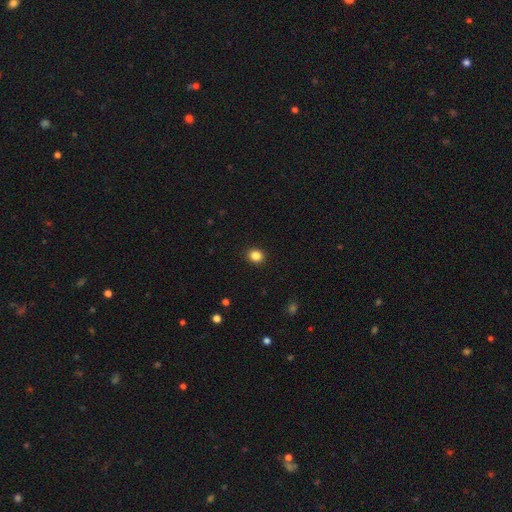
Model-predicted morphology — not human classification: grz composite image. It shows a smooth galaxy with no disk features (85%) that is round (73%). Merging: none (92%).